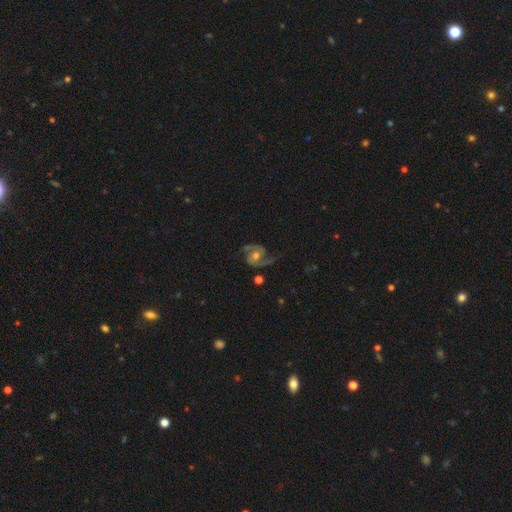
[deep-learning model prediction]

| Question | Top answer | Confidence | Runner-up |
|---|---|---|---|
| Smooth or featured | featured or disk | 86% | smooth (8%) |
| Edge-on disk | no | 98% | yes (2%) |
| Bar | no | 56% | weak (34%) |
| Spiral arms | yes | 97% | no (3%) |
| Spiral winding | medium | 53% | loose (28%) |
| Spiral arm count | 2 | 91% | 1 (3%) |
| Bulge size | moderate | 65% | small (24%) |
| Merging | none | 70% | minor disturbance (17%) |